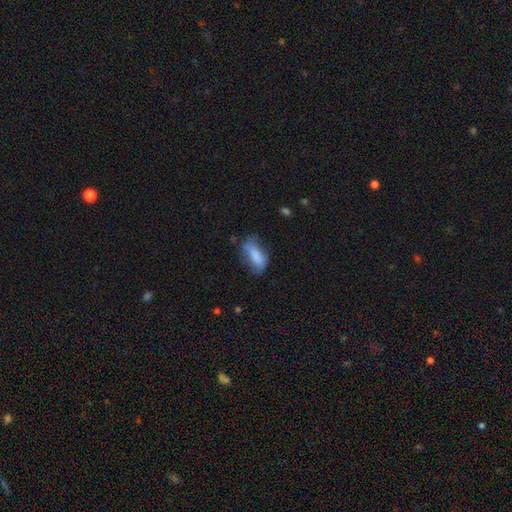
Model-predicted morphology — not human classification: This is likely a smooth galaxy (76%). How rounded: clearly in between (80%). Merging: possibly none (47%).